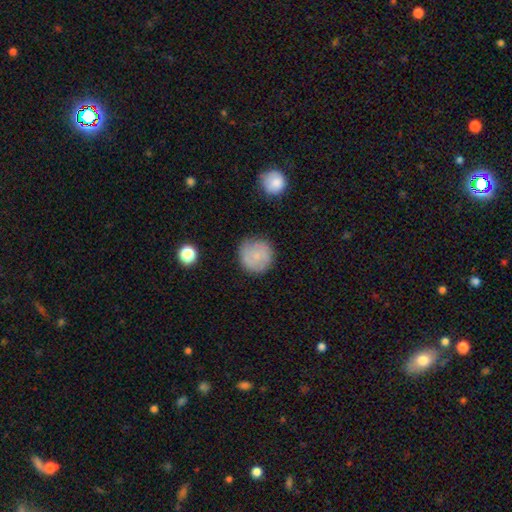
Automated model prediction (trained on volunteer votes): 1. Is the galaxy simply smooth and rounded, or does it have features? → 68% smooth, 24% featured or disk, 8% star or artifact.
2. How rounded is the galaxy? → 94% round, 6% in between, 1% cigar-shaped.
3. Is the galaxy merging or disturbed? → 79% none, 15% minor disturbance, 4% major disturbance, 2% merger.